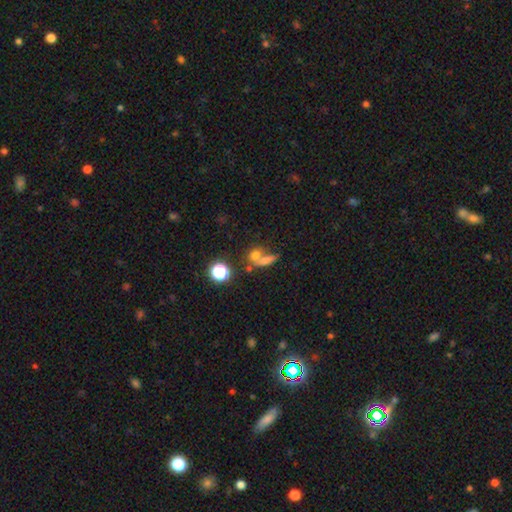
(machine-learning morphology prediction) smooth-or-featured: smooth: 63% | star or artifact: 19% | featured or disk: 18%
  how-rounded: in between: 46% | round: 44% | cigar-shaped: 10%
  merging: merger: 54% | none: 31% | minor disturbance: 8% | major disturbance: 7%